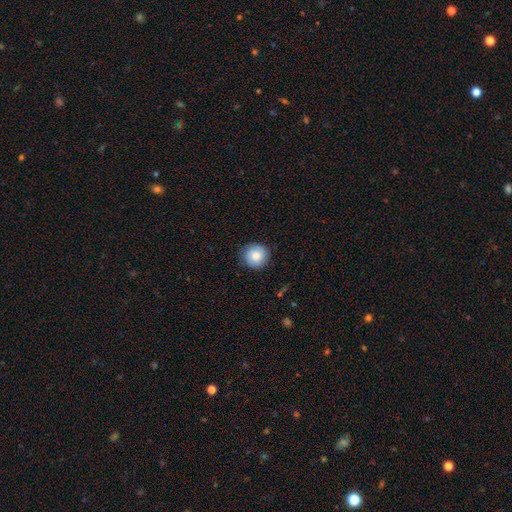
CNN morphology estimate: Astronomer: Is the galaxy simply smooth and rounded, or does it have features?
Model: smooth — 80%.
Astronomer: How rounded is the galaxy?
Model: round — 92%.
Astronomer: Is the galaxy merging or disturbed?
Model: none — 86%.